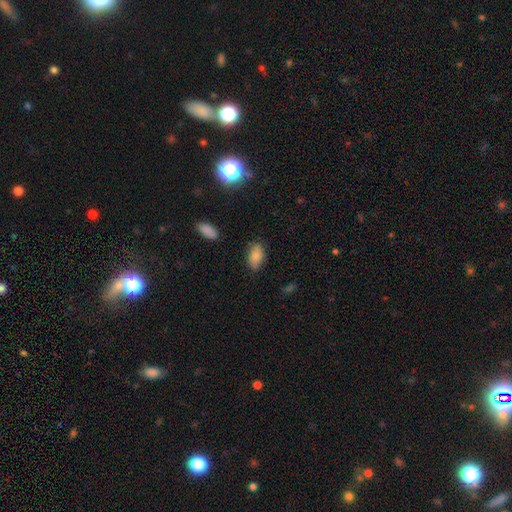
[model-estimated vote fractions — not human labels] Q: Smooth or featured?
A: smooth (85%); runner-up: star or artifact (8%)
Q: How rounded?
A: in between (92%); runner-up: round (5%)
Q: Merging?
A: none (76%); runner-up: minor disturbance (18%)